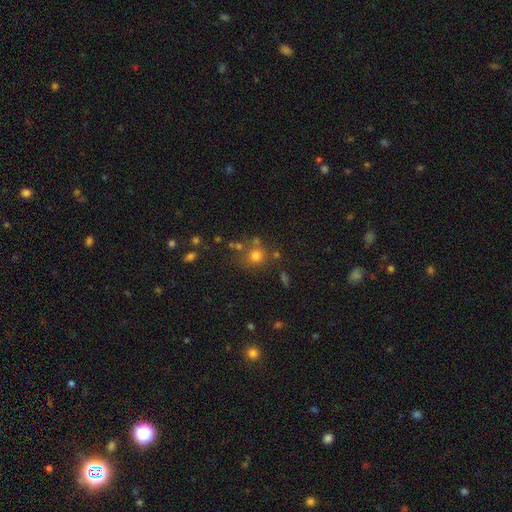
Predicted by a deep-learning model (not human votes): A smooth galaxy with no disk features (72%) that is round (88%).

Vote fractions:
- Smooth or featured? smooth: 72% / star or artifact: 18% / featured or disk: 10%
- How rounded? round: 88% / in between: 11% / cigar-shaped: 1%
- Merging? none: 68% / merger: 14% / minor disturbance: 12% / major disturbance: 6%